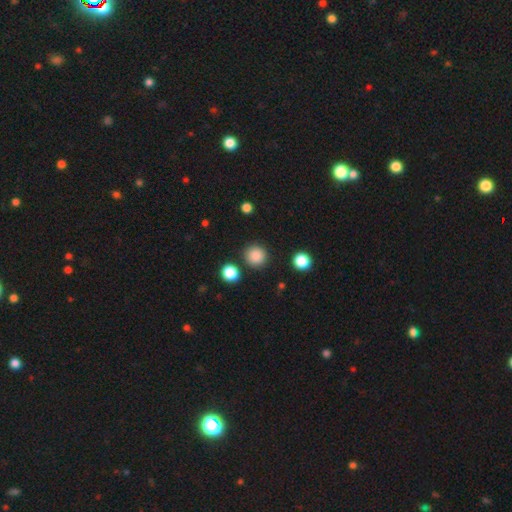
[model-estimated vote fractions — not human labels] Smooth or featured: smooth — 86% (star or artifact — 11%)
How rounded: round — 93% (in between — 6%)
Merging: none — 88% (minor disturbance — 6%)